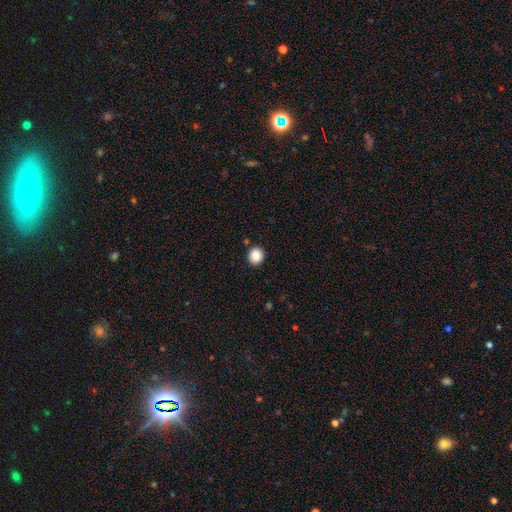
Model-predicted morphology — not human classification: A smooth galaxy with no disk features (88%) that is round (86%).

Vote fractions:
- Smooth or featured? smooth: 88% / star or artifact: 9% / featured or disk: 3%
- How rounded? round: 86% / in between: 13% / cigar-shaped: 1%
- Merging? none: 90% / minor disturbance: 6% / major disturbance: 2% / merger: 2%